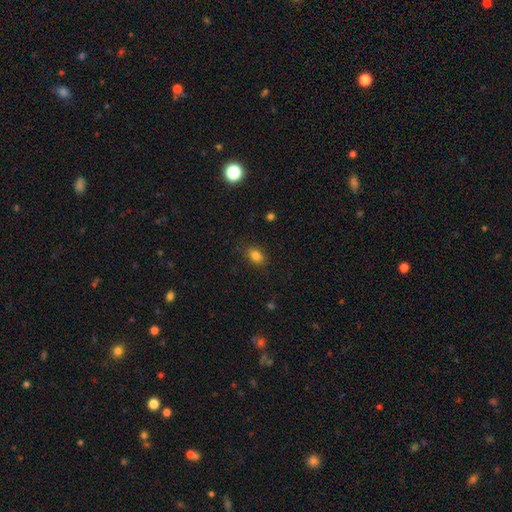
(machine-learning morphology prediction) This is clearly a smooth galaxy (82%). How rounded: likely in between (71%). Merging: clearly none (84%).